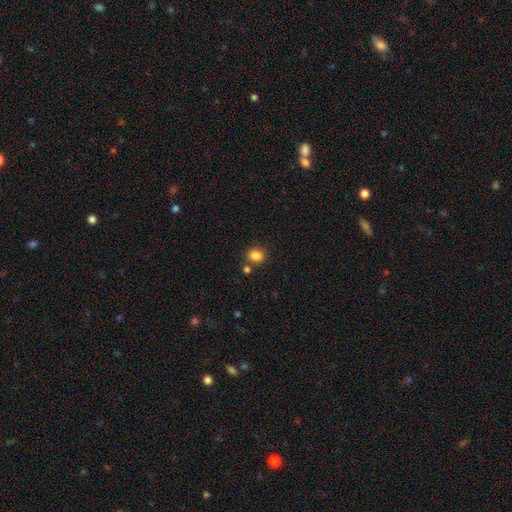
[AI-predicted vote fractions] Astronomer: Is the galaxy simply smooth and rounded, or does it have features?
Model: smooth — 84%.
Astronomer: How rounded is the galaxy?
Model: round — 56% (runner-up: in between, 43%).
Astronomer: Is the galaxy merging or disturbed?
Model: none — 75%.